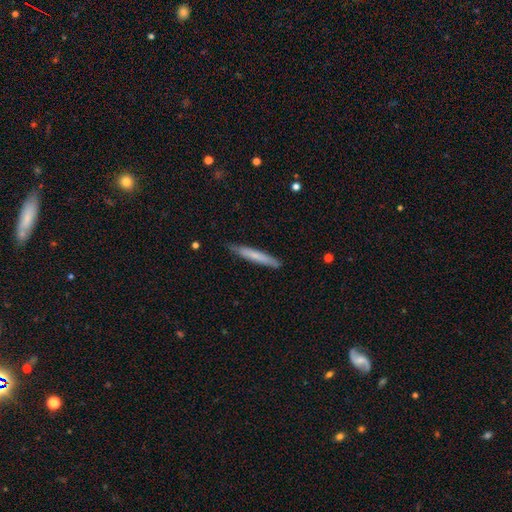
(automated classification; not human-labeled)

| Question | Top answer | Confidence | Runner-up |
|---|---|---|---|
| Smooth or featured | smooth | 67% | featured or disk (27%) |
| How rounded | cigar-shaped | 95% | in between (4%) |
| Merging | none | 85% | minor disturbance (13%) |